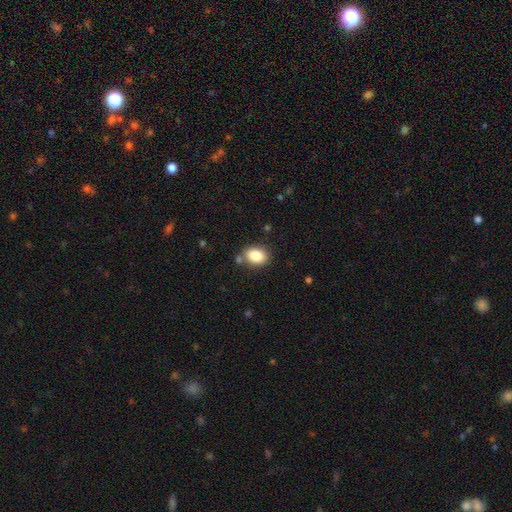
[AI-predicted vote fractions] Q: Smooth or featured?
A: smooth (85%); runner-up: star or artifact (8%)
Q: How rounded?
A: in between (76%); runner-up: round (23%)
Q: Merging?
A: none (78%); runner-up: minor disturbance (12%)